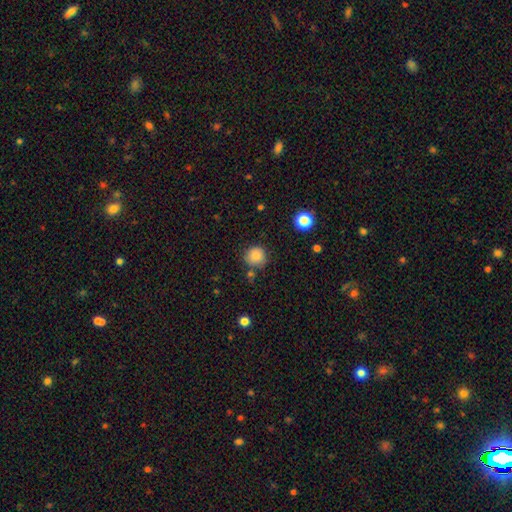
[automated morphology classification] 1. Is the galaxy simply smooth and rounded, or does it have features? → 85% smooth, 10% star or artifact, 5% featured or disk.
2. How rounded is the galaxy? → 92% round, 7% in between, 1% cigar-shaped.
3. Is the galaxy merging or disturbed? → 78% none, 13% minor disturbance, 6% merger, 4% major disturbance.